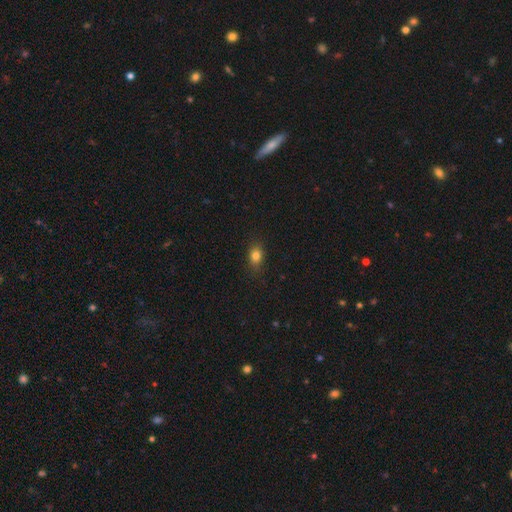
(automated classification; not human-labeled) Smooth or featured?
  - smooth: 81% *
  - star or artifact: 11%
  - featured or disk: 7%
How rounded?
  - in between: 65% *
  - round: 32%
  - cigar-shaped: 3%
Merging?
  - none: 82% *
  - minor disturbance: 14%
  - major disturbance: 3%
  - merger: 1%